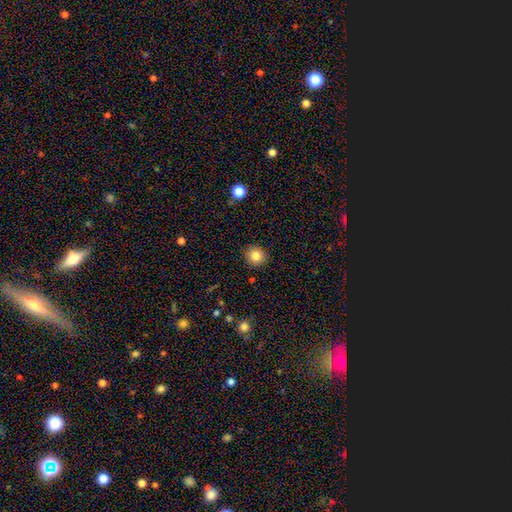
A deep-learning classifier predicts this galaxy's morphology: A smooth galaxy with no disk features (84%) that is round (85%).

Vote fractions:
- Smooth or featured? smooth: 84% / star or artifact: 10% / featured or disk: 6%
- How rounded? round: 85% / in between: 14% / cigar-shaped: 1%
- Merging? none: 90% / minor disturbance: 7% / major disturbance: 2% / merger: 1%